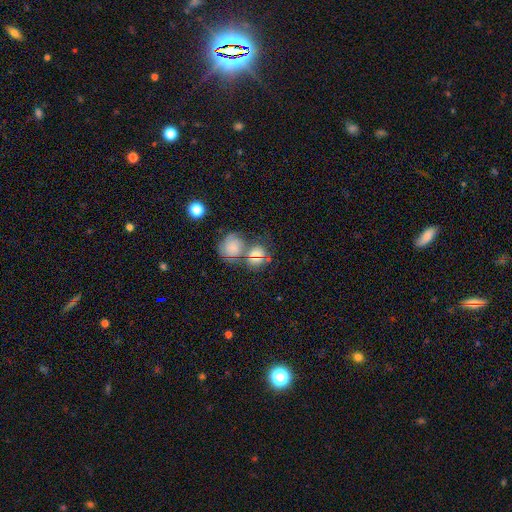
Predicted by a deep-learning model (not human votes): smooth 59%, star or artifact 26%, featured or disk 15%. Down the decision tree: how rounded — round (75%); merging — none (49%).